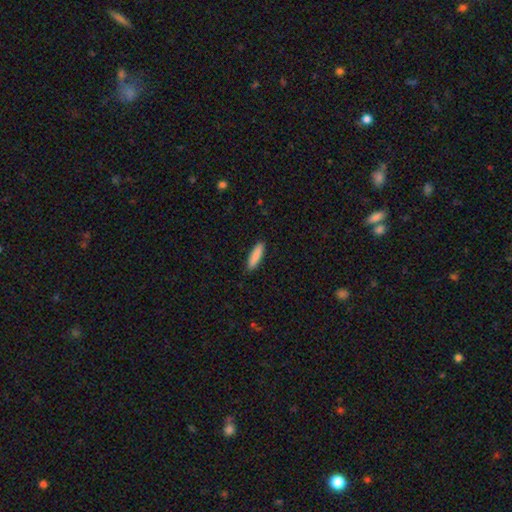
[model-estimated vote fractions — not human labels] This is clearly a smooth galaxy (88%). How rounded: likely cigar-shaped (75%). Merging: clearly none (90%).